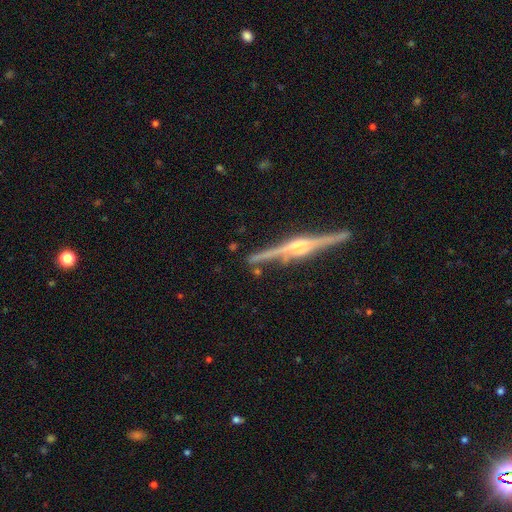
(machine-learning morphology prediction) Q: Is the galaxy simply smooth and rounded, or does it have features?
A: featured or disk — 57%.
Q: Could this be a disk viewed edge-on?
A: yes — 92%.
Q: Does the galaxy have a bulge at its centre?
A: rounded — 62%.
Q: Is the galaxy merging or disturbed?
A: none — 73%.